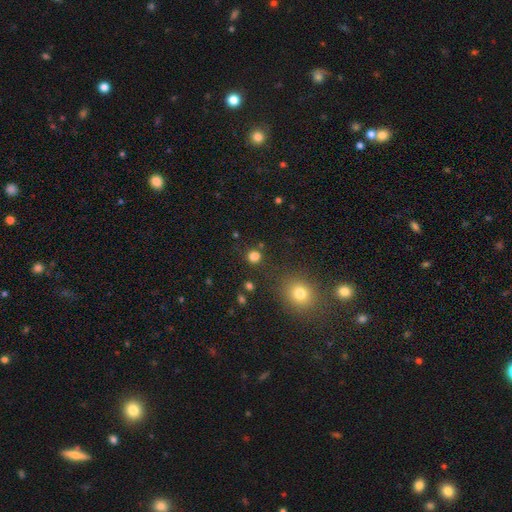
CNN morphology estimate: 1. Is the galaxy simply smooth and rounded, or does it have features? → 79% smooth, 17% star or artifact, 4% featured or disk.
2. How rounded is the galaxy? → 89% round, 10% in between, 1% cigar-shaped.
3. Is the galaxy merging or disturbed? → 83% none, 8% minor disturbance, 5% merger, 3% major disturbance.